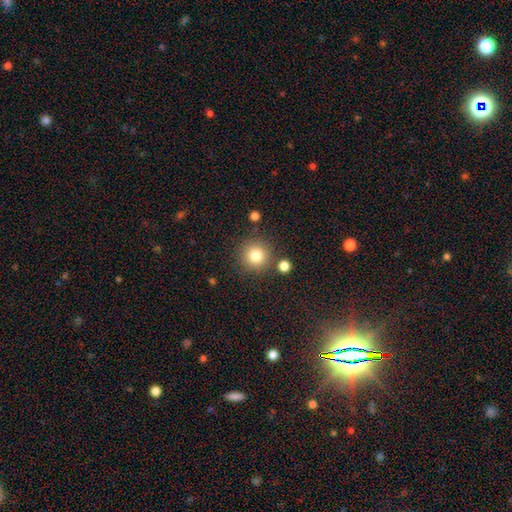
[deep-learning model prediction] Morphology: type=smooth (81%); roundness=round (94%); merging=none (84%).